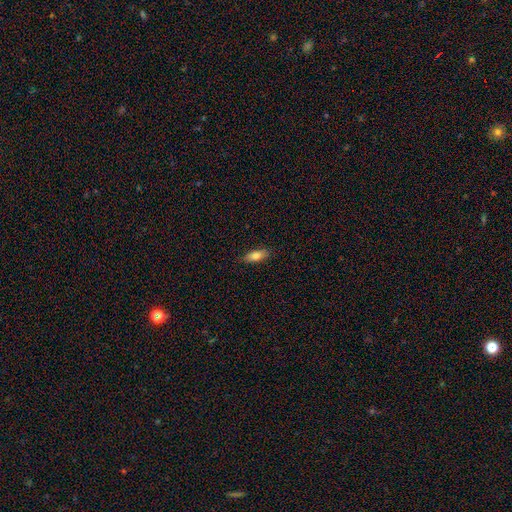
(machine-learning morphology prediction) Smooth or featured?
  - smooth: 78% *
  - featured or disk: 15%
  - star or artifact: 7%
How rounded?
  - in between: 65% *
  - cigar-shaped: 33%
  - round: 2%
Merging?
  - none: 86% *
  - minor disturbance: 11%
  - major disturbance: 2%
  - merger: 1%